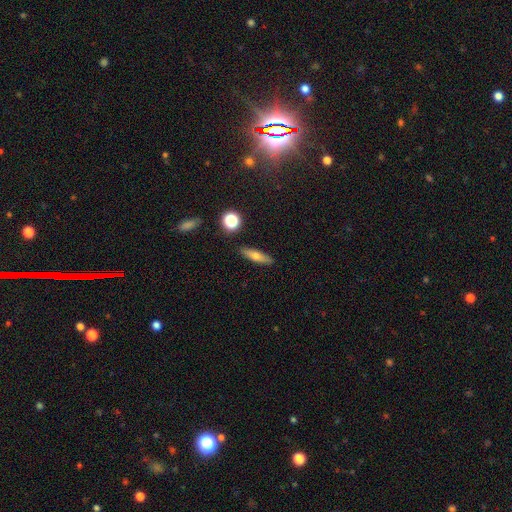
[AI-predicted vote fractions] Smooth or featured?
  - smooth: 62% *
  - featured or disk: 29%
  - star or artifact: 9%
How rounded?
  - cigar-shaped: 67% *
  - in between: 29%
  - round: 5%
Merging?
  - none: 88% *
  - minor disturbance: 8%
  - major disturbance: 2%
  - merger: 2%